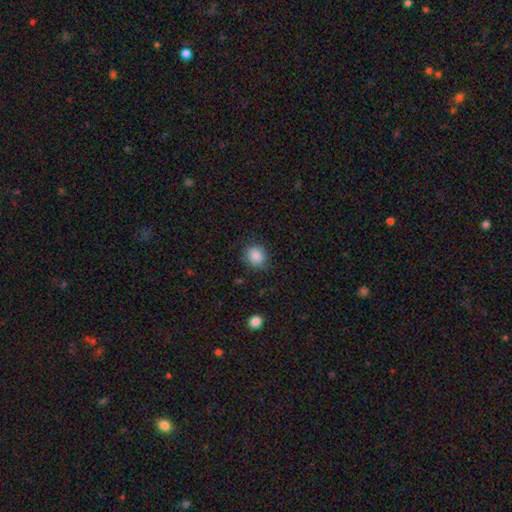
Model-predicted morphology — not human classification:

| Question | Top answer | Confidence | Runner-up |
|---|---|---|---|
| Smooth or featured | smooth | 87% | star or artifact (9%) |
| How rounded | round | 69% | in between (30%) |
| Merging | none | 79% | minor disturbance (15%) |